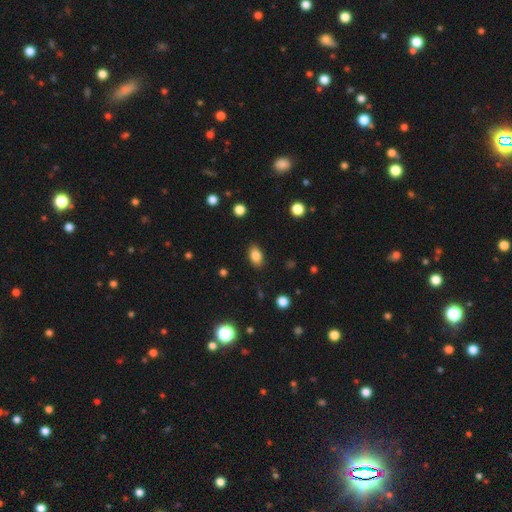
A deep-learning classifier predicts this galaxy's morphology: Overall: smooth (85%). How rounded: in between (86%). Merging: none (86%).